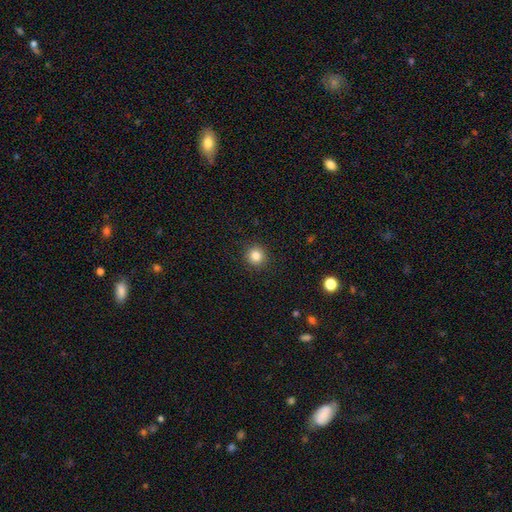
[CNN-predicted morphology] smooth_or_featured: smooth (p=0.84) [alt: star or artifact p=0.11]
how_rounded: round (p=0.94) [alt: in between p=0.05]
merging: none (p=0.92) [alt: minor disturbance p=0.05]